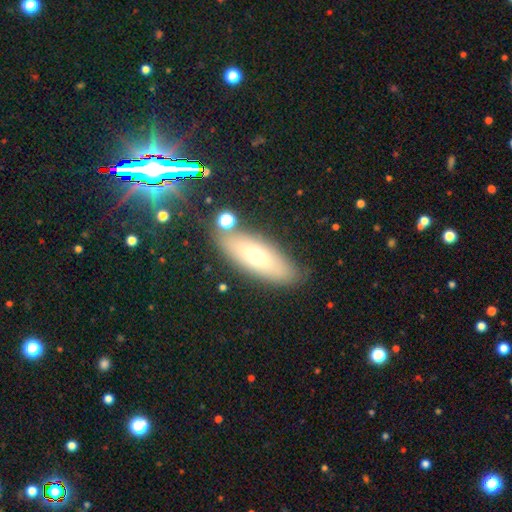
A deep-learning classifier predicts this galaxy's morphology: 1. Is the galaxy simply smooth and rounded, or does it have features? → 60% smooth, 29% featured or disk, 12% star or artifact.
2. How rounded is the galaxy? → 63% in between, 34% cigar-shaped, 3% round.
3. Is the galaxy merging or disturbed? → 80% none, 11% minor disturbance, 5% merger, 3% major disturbance.